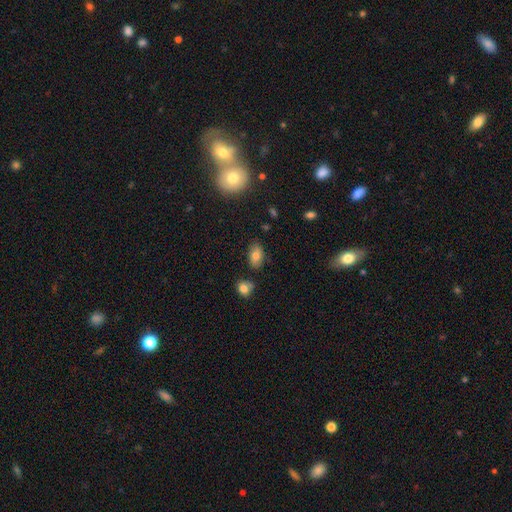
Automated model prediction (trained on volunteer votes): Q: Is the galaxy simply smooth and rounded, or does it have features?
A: smooth — 78%.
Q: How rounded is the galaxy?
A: in between — 90%.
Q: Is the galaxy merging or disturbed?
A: none — 77%.